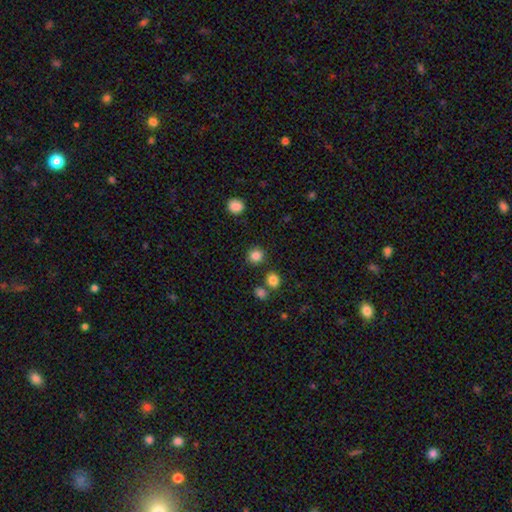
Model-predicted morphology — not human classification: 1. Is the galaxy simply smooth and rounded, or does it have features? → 84% smooth, 12% star or artifact, 4% featured or disk.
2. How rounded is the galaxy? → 90% round, 9% in between, 1% cigar-shaped.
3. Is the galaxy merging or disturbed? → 86% none, 7% minor disturbance, 5% merger, 3% major disturbance.